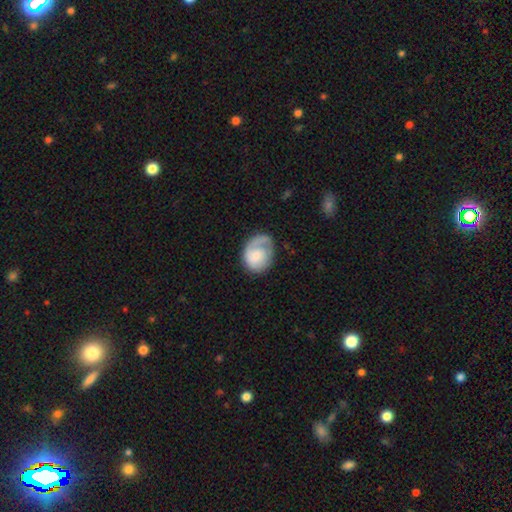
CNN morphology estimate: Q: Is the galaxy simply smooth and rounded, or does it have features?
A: smooth — 54%.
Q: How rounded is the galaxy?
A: in between — 50%.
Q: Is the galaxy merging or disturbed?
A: none — 44%.